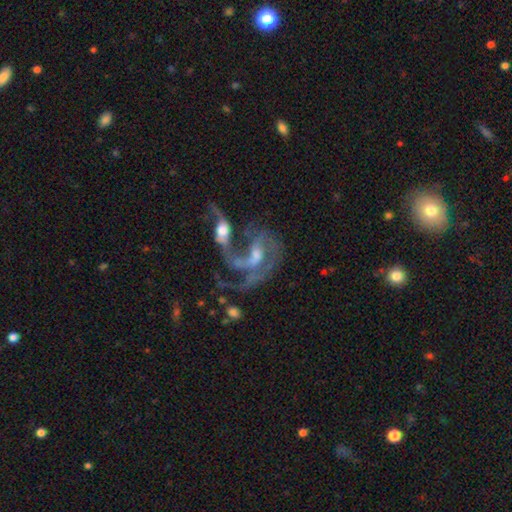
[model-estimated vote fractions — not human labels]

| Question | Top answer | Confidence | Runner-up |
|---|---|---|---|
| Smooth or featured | featured or disk | 80% | smooth (11%) |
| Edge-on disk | no | 96% | yes (4%) |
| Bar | no | 44% | weak (40%) |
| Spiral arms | yes | 82% | no (18%) |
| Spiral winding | loose | 50% | medium (36%) |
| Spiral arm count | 2 | 47% | can't tell (19%) |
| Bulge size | moderate | 45% | small (31%) |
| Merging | merger | 54% | major disturbance (23%) |